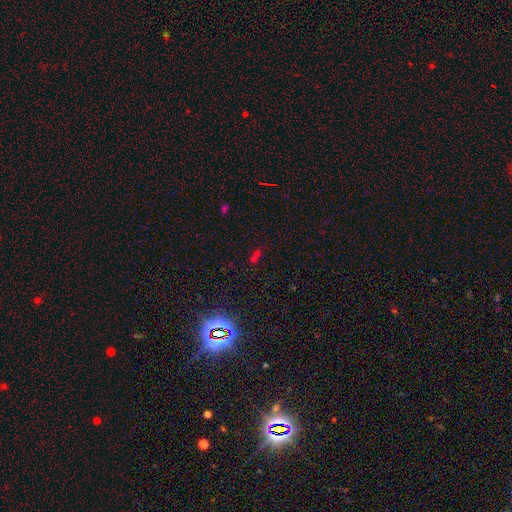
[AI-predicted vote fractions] Smooth or featured? Predicted: star or artifact (p=0.57).